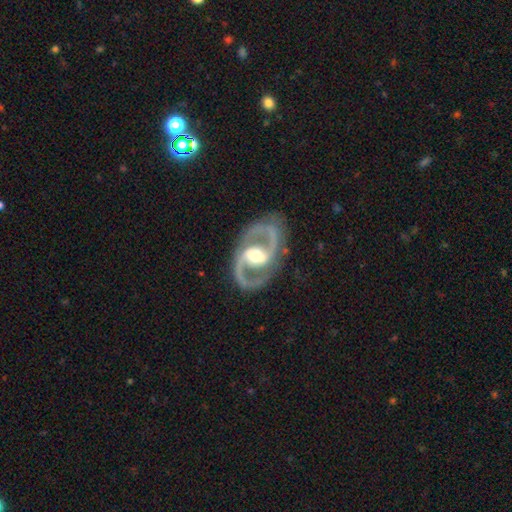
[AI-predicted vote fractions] The model was most divided on "bar": strong: 41%, weak: 38%, no: 21%. More confident: edge-on disk — no (97%); spiral arms — yes (97%); spiral arm count — 2 (94%); smooth or featured — featured or disk (93%); merging — none (84%); bulge size — moderate (69%); spiral winding — medium (65%).